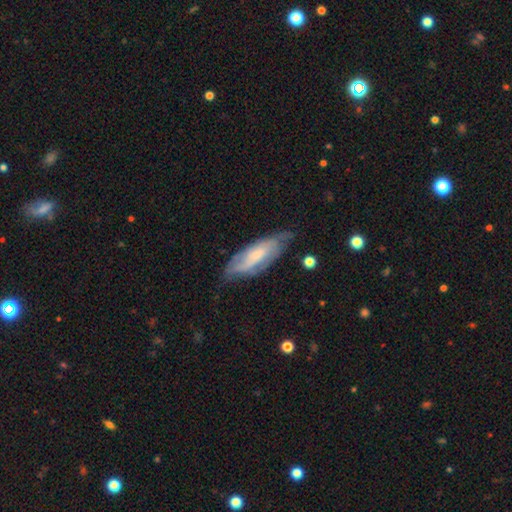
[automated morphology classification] A featured or disk galaxy (58%).

Vote fractions:
- Smooth or featured? featured or disk: 58% / smooth: 35% / star or artifact: 7%
- Edge-on disk? no: 78% / yes: 22%
- Merging? none: 61% / minor disturbance: 28% / major disturbance: 9% / merger: 2%